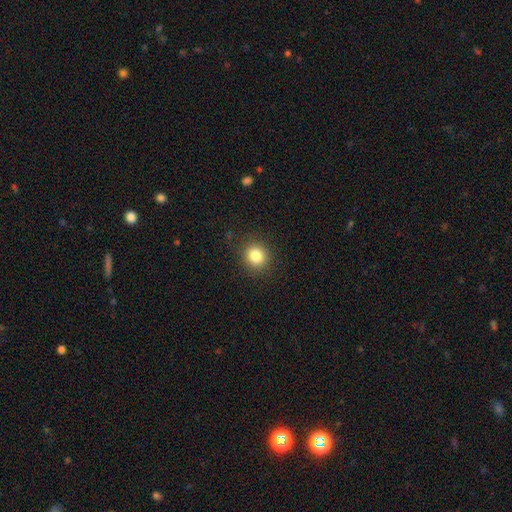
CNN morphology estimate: This appears to be a smooth galaxy with no disk features (84%) that is round (82%). Merging: none (88%).